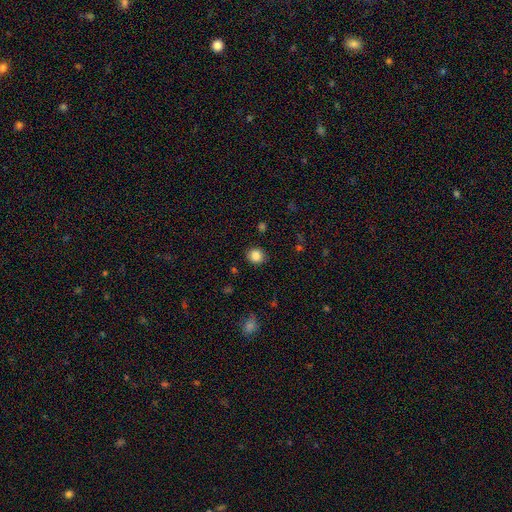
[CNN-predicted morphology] type=smooth (85%); roundness=round (82%); merging=none (89%).